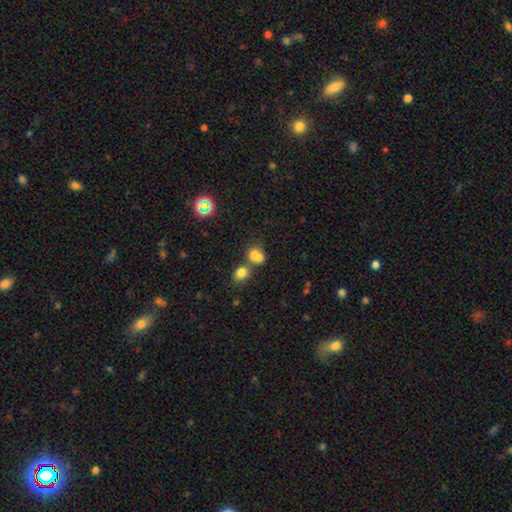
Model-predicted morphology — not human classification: smooth 71%, star or artifact 15%, featured or disk 14%. Down the decision tree: how rounded — round (63%); merging — merger (58%).